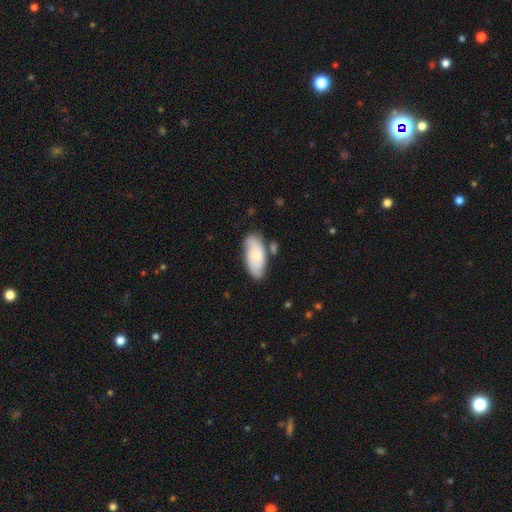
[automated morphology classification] Q: Smooth or featured?
A: smooth (62%); runner-up: featured or disk (31%)
Q: How rounded?
A: in between (89%); runner-up: cigar-shaped (9%)
Q: Merging?
A: none (66%); runner-up: minor disturbance (21%)